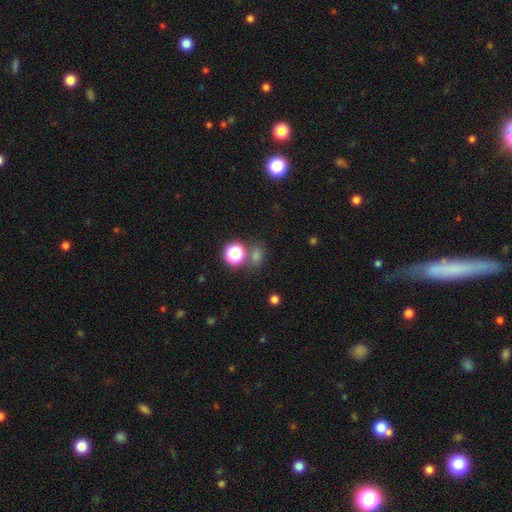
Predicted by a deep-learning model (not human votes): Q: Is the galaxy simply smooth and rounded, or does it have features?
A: smooth — 64%.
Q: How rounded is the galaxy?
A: round — 63%.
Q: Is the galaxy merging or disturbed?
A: none — 67%.